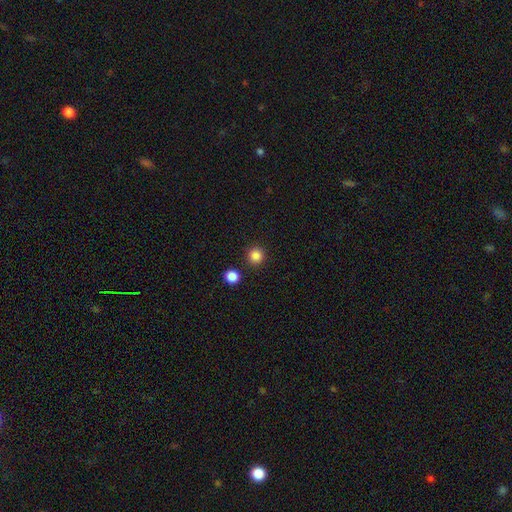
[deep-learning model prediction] Smooth or featured: smooth — 85% (star or artifact — 11%)
How rounded: round — 94% (in between — 5%)
Merging: none — 89% (minor disturbance — 5%)